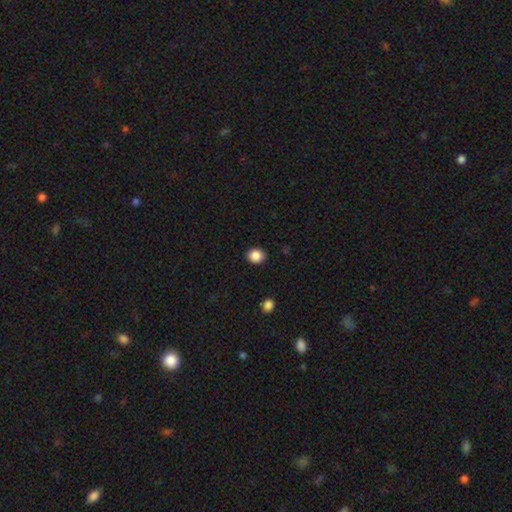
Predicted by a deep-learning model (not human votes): Overall: smooth (87%). How rounded: round (71%). Merging: none (90%).